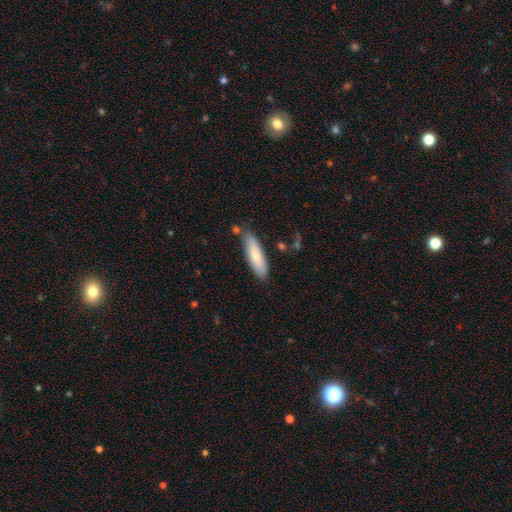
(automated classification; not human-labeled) Smooth or featured?
  - smooth: 76% *
  - featured or disk: 18%
  - star or artifact: 6%
How rounded?
  - cigar-shaped: 53% *
  - in between: 46%
  - round: 2%
Merging?
  - none: 74% *
  - minor disturbance: 18%
  - merger: 5%
  - major disturbance: 3%